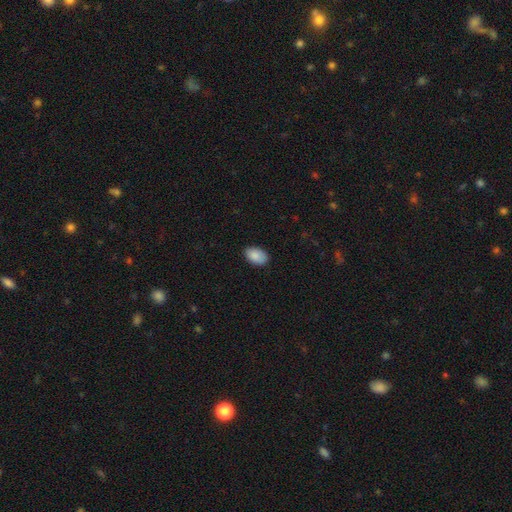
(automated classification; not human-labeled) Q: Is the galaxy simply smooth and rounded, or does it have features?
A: smooth — 88%.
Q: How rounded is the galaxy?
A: in between — 92%.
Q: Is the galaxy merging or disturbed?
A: none — 85%.